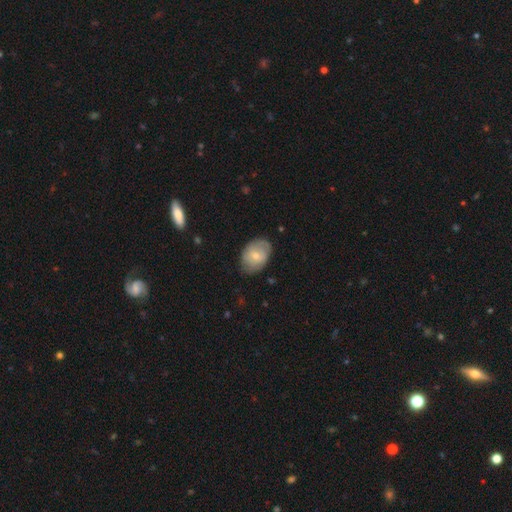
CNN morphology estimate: Smooth or featured? Predicted: smooth (p=0.59). How rounded? Predicted: in between (p=0.76). Merging? Predicted: none (p=0.71).